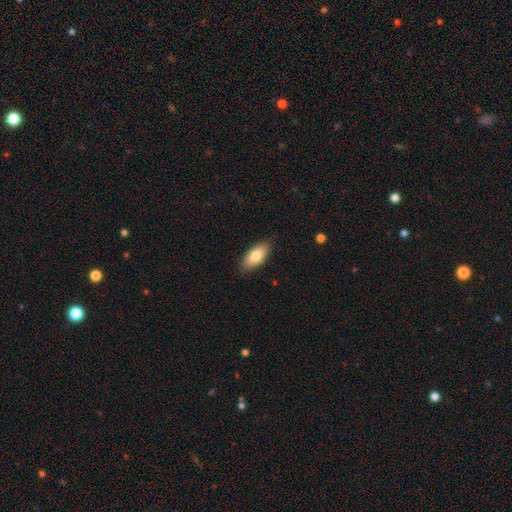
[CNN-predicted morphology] Smooth or featured?
  - smooth: 80% *
  - featured or disk: 13%
  - star or artifact: 6%
How rounded?
  - in between: 87% *
  - cigar-shaped: 10%
  - round: 3%
Merging?
  - none: 87% *
  - minor disturbance: 10%
  - major disturbance: 2%
  - merger: 1%